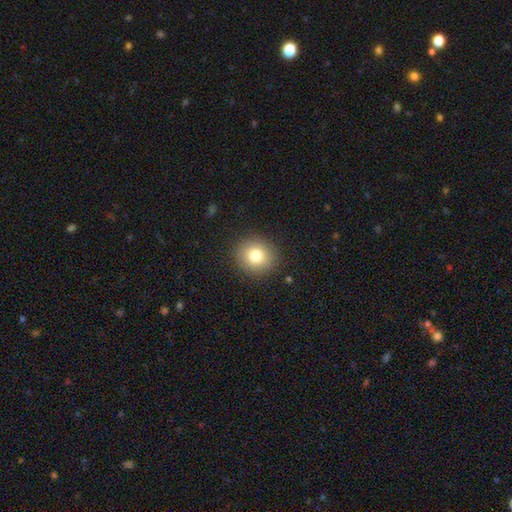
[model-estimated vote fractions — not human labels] Morphology: type=smooth (79%); roundness=round (87%); merging=none (89%).